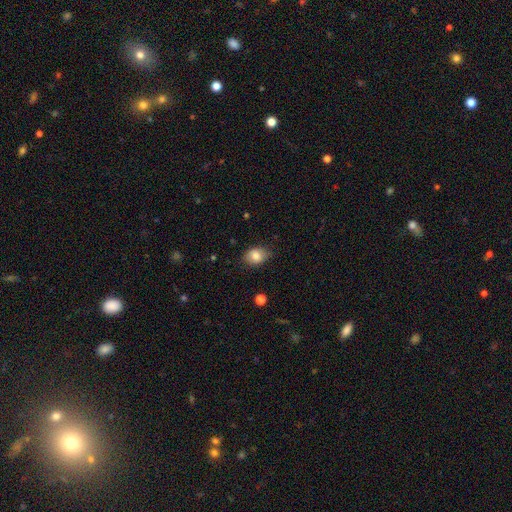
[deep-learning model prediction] smooth 82%, featured or disk 10%, star or artifact 8%. Down the decision tree: how rounded — in between (72%); merging — none (79%).